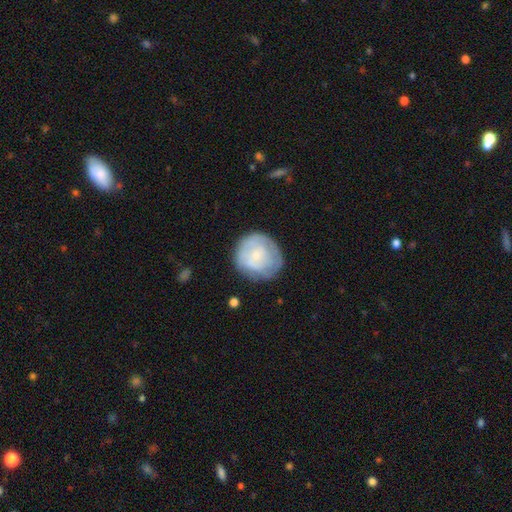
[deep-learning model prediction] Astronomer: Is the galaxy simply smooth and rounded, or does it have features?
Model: smooth — 53% (runner-up: featured or disk, 40%).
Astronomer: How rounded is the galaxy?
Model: round — 88%.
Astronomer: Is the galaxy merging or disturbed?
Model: none — 68%.